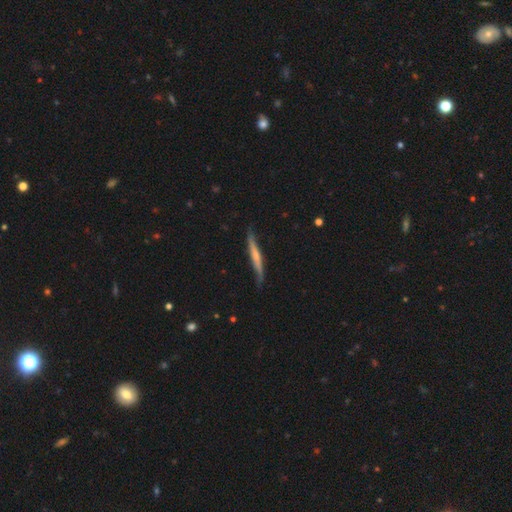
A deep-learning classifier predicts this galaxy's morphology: A featured or disk galaxy (53%) viewed edge-on (91%).

Vote fractions:
- Smooth or featured? featured or disk: 53% / smooth: 42% / star or artifact: 5%
- Edge-on disk? yes: 91% / no: 9%
- Merging? none: 73% / minor disturbance: 22% / major disturbance: 4% / merger: 2%